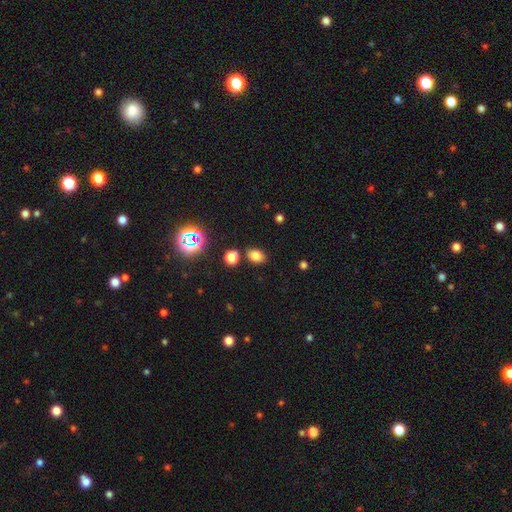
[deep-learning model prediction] Smooth or featured: smooth — 77% (star or artifact — 17%)
How rounded: in between — 74% (round — 25%)
Merging: none — 79% (minor disturbance — 10%)